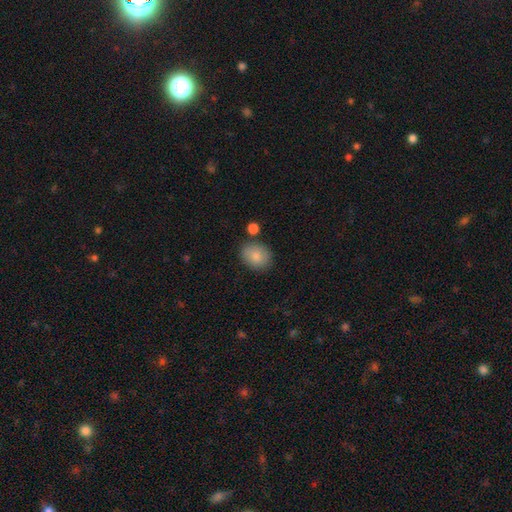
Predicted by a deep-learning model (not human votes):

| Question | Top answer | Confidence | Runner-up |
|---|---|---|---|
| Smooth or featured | smooth | 85% | star or artifact (8%) |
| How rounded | round | 50% | in between (49%) |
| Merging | none | 79% | minor disturbance (12%) |